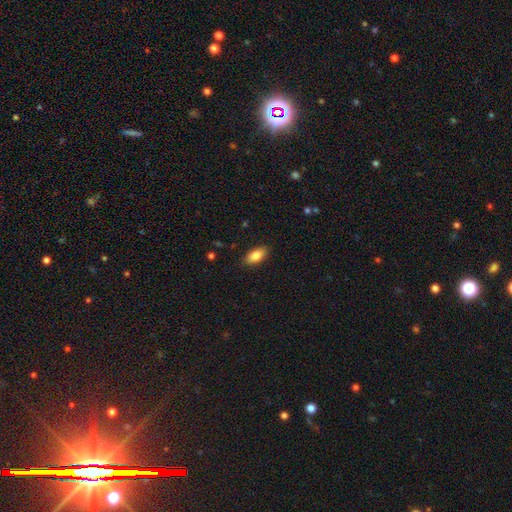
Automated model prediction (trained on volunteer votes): A smooth galaxy with no disk features (85%) that is in between round and cigar-shaped (91%). Merging: none (88%).